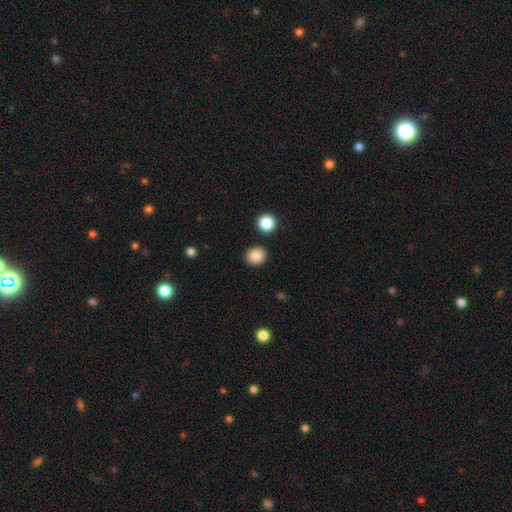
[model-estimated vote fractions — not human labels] smooth-or-featured: smooth: 86% | star or artifact: 10% | featured or disk: 5%
  how-rounded: round: 77% | in between: 22% | cigar-shaped: 1%
  merging: none: 89% | minor disturbance: 6% | merger: 3% | major disturbance: 2%